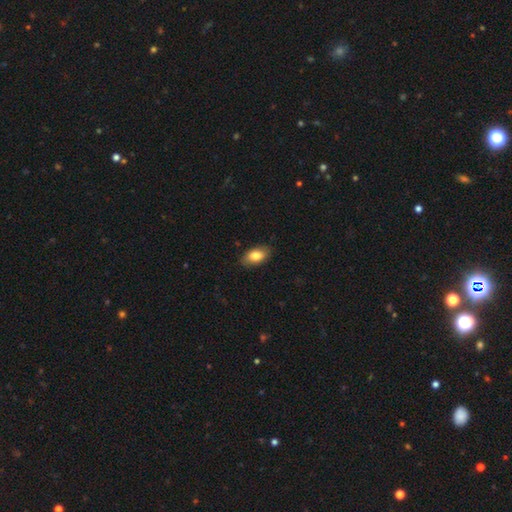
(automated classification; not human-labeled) A smooth galaxy with no disk features (82%) that is in between round and cigar-shaped (91%).

Vote fractions:
- Smooth or featured? smooth: 82% / featured or disk: 12% / star or artifact: 7%
- How rounded? in between: 91% / round: 6% / cigar-shaped: 3%
- Merging? none: 86% / minor disturbance: 11% / major disturbance: 2% / merger: 1%